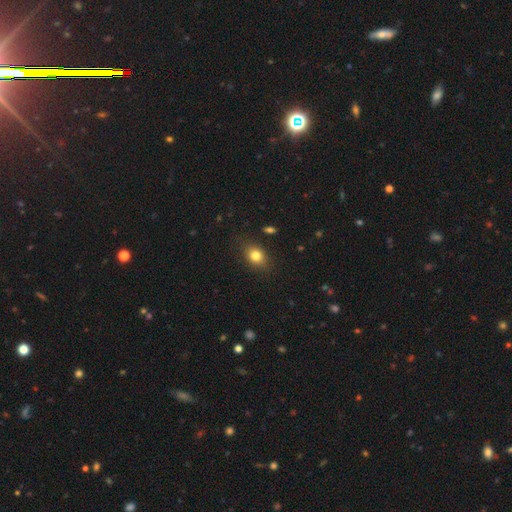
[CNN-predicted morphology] Q: Smooth or featured?
A: smooth (81%); runner-up: star or artifact (10%)
Q: How rounded?
A: in between (61%); runner-up: round (37%)
Q: Merging?
A: none (82%); runner-up: minor disturbance (13%)